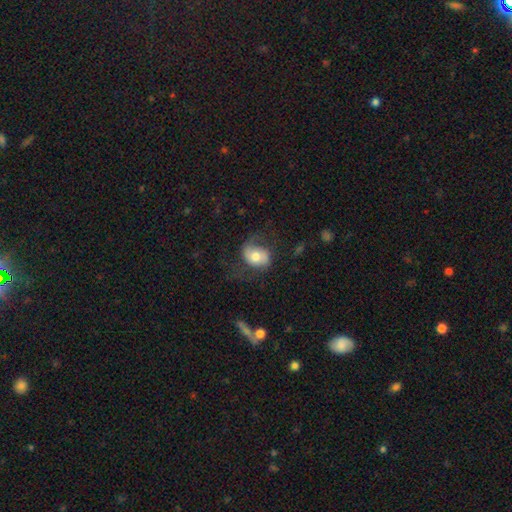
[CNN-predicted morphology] smooth-or-featured: smooth: 47% | featured or disk: 46% | star or artifact: 8%
  merging: none: 52% | minor disturbance: 24% | major disturbance: 22% | merger: 2%